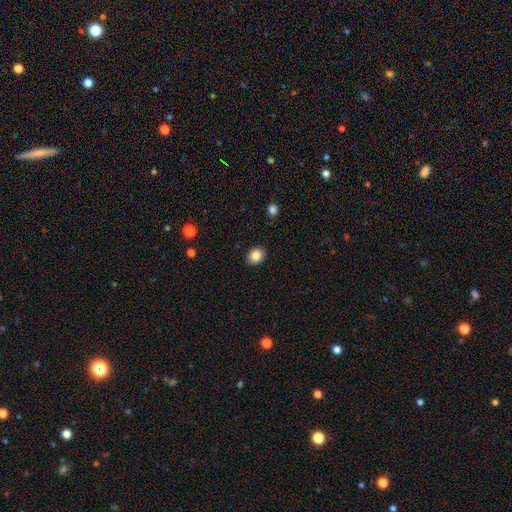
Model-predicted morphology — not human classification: A smooth galaxy with no disk features (86%) that is round (55%).

Vote fractions:
- Smooth or featured? smooth: 86% / star or artifact: 9% / featured or disk: 5%
- How rounded? round: 55% / in between: 44% / cigar-shaped: 1%
- Merging? none: 90% / minor disturbance: 7% / major disturbance: 2% / merger: 1%